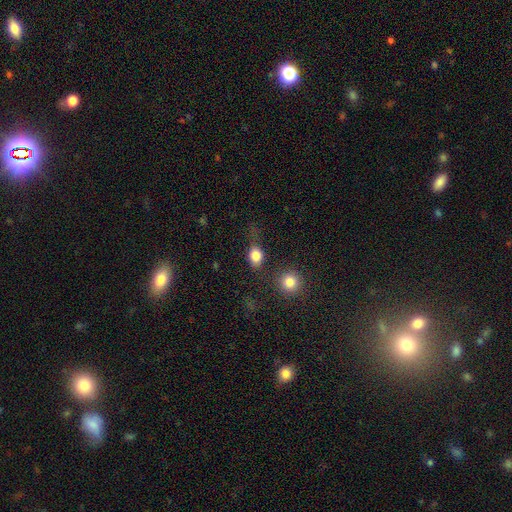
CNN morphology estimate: smooth 82%, star or artifact 10%, featured or disk 8%. Down the decision tree: how rounded — in between (51%); merging — none (59%).